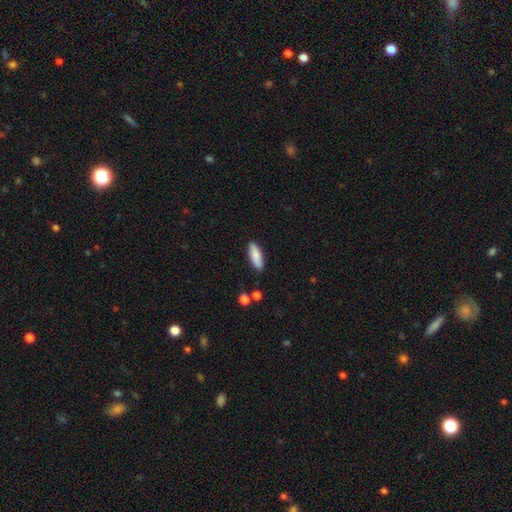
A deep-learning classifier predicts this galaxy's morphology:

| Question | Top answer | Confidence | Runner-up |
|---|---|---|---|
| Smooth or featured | smooth | 84% | featured or disk (9%) |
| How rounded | in between | 59% | cigar-shaped (39%) |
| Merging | none | 87% | minor disturbance (10%) |